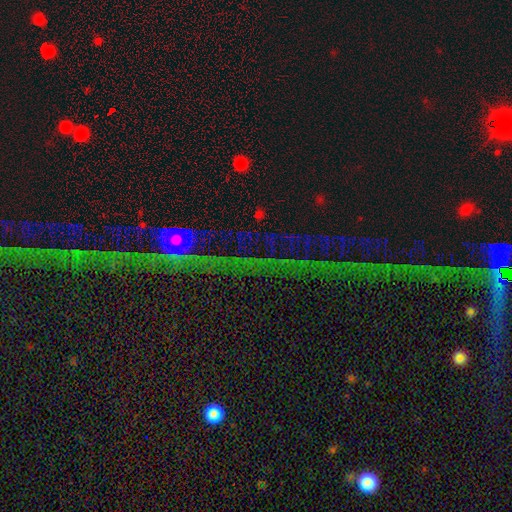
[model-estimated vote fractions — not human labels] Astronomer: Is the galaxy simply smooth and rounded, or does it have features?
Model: star or artifact — 75%.